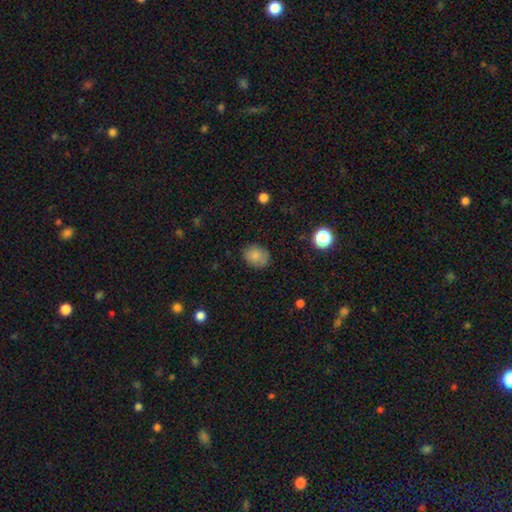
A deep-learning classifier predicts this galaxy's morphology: smooth 83%, star or artifact 9%, featured or disk 8%. Down the decision tree: how rounded — in between (58%); merging — none (79%).